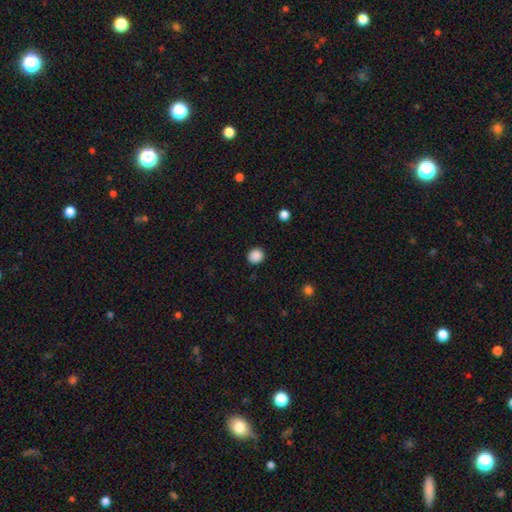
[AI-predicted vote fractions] Q: Smooth or featured?
A: smooth (88%); runner-up: star or artifact (10%)
Q: How rounded?
A: round (83%); runner-up: in between (17%)
Q: Merging?
A: none (90%); runner-up: minor disturbance (6%)